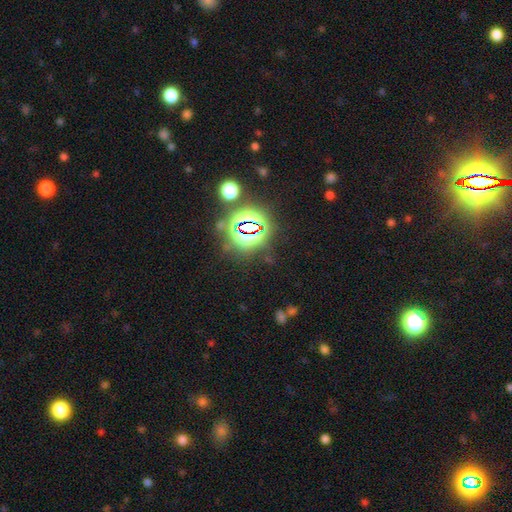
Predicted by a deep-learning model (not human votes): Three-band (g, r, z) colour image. It shows a star or artifact, not a galaxy (83%).